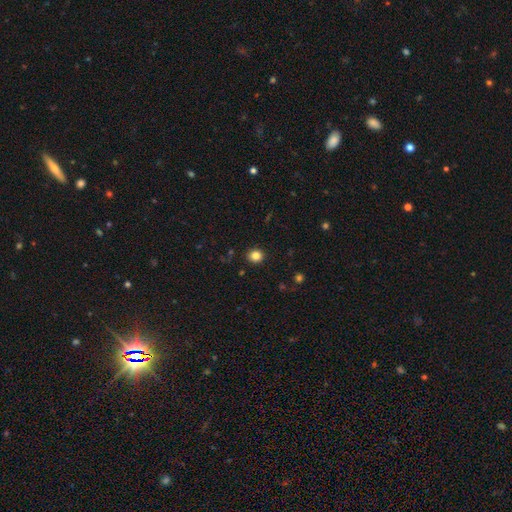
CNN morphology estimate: A smooth galaxy with no disk features (83%) that is round (86%). Merging: none (91%).